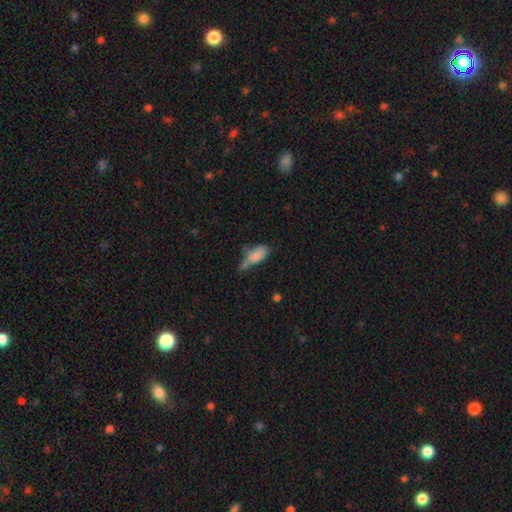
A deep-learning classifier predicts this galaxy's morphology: smooth 79%, featured or disk 13%, star or artifact 8%. Down the decision tree: how rounded — in between (80%); merging — none (34%, tied with minor disturbance).